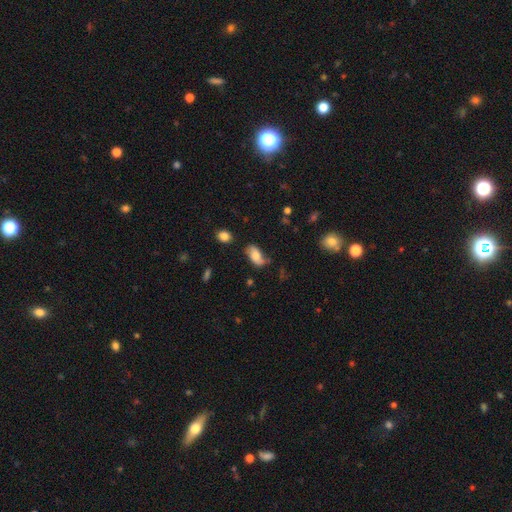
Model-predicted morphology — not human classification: This appears to be a smooth galaxy with no disk features (67%) that is in between round and cigar-shaped (92%). Merging: none (54%).